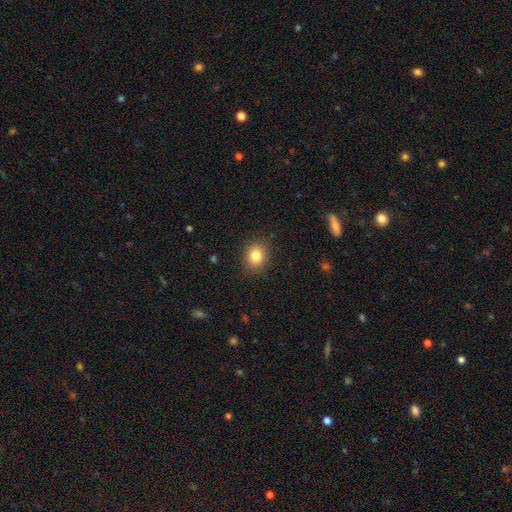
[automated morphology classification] smooth-or-featured: smooth: 83% | star or artifact: 11% | featured or disk: 7%
  how-rounded: round: 67% | in between: 33% | cigar-shaped: 1%
  merging: none: 88% | minor disturbance: 8% | major disturbance: 3% | merger: 1%